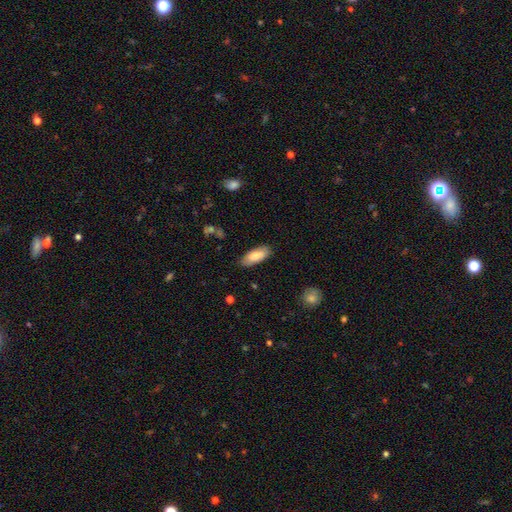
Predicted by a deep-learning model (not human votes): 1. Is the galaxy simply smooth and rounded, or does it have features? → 84% smooth, 11% featured or disk, 6% star or artifact.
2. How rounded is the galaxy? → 82% in between, 16% cigar-shaped, 2% round.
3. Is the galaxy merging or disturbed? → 82% none, 14% minor disturbance, 3% major disturbance, 1% merger.